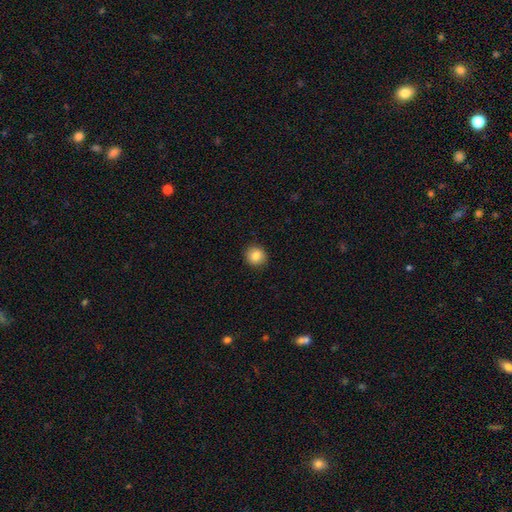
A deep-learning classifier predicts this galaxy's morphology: This is clearly a smooth galaxy (86%). How rounded: clearly round (90%). Merging: clearly none (91%).